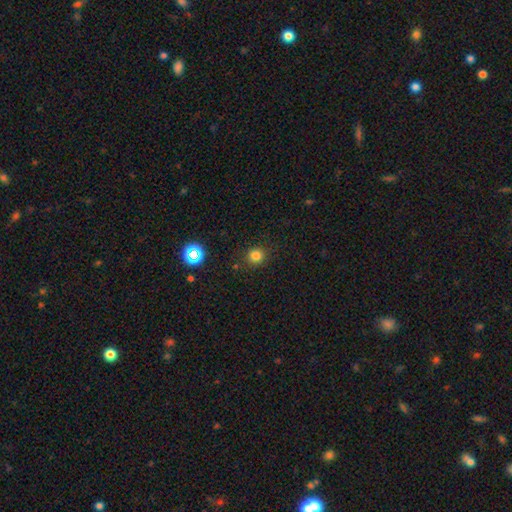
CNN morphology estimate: A smooth galaxy with no disk features (79%) that is round (90%).

Vote fractions:
- Smooth or featured? smooth: 79% / star or artifact: 16% / featured or disk: 5%
- How rounded? round: 90% / in between: 9% / cigar-shaped: 1%
- Merging? none: 87% / minor disturbance: 8% / major disturbance: 3% / merger: 2%